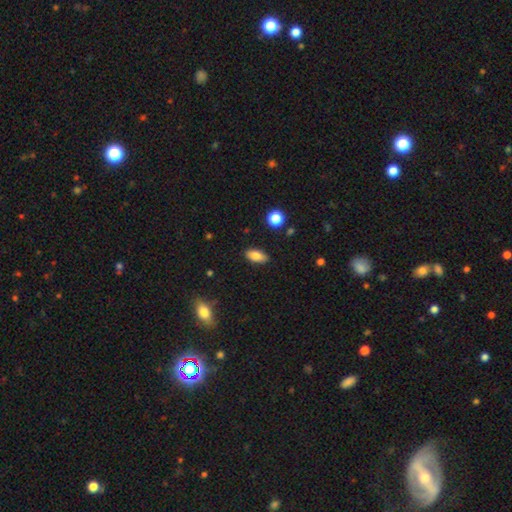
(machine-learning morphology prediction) The model was most divided on "smooth or featured": smooth: 84%, star or artifact: 8%, featured or disk: 8%. More confident: merging — none (87%); how rounded — in between (87%).